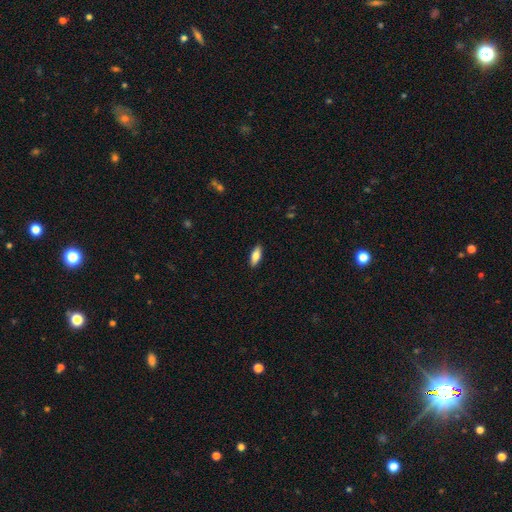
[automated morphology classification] A smooth galaxy with no disk features (79%) that is in between round and cigar-shaped (74%). Merging: none (89%).